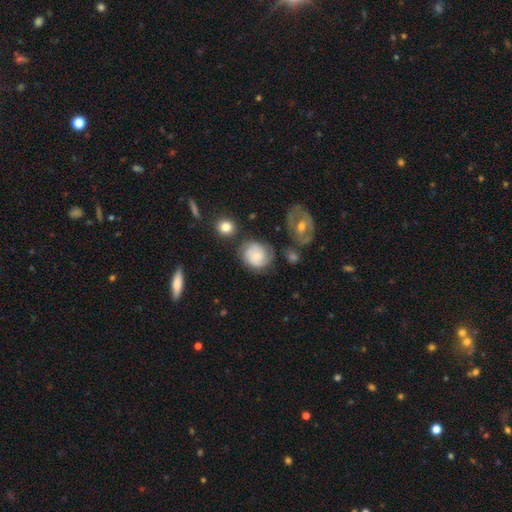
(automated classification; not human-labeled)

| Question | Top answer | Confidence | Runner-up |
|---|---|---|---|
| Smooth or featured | featured or disk | 52% | smooth (40%) |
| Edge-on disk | no | 97% | yes (3%) |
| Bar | no | 72% | weak (23%) |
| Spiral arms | yes | 84% | no (16%) |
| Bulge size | small | 56% | moderate (34%) |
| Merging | none | 61% | minor disturbance (22%) |